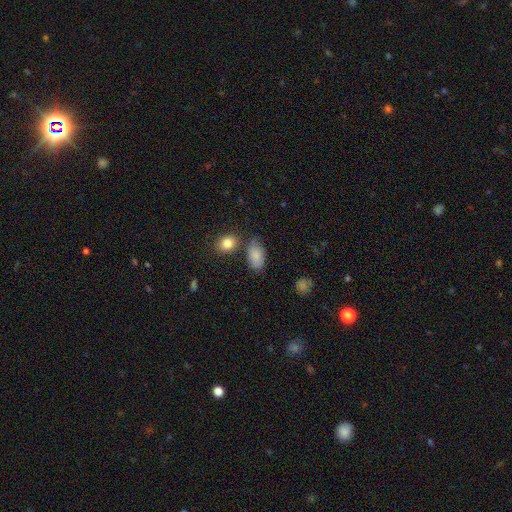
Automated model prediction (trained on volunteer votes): Q: Smooth or featured?
A: smooth (82%); runner-up: featured or disk (10%)
Q: How rounded?
A: in between (91%); runner-up: round (7%)
Q: Merging?
A: none (65%); runner-up: minor disturbance (22%)